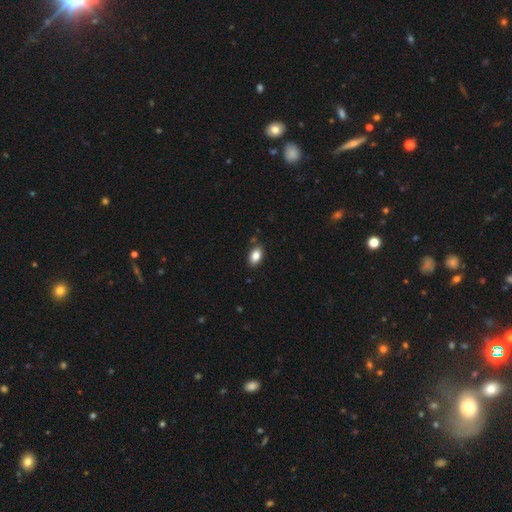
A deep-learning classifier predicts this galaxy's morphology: A smooth galaxy with no disk features (86%) that is in between round and cigar-shaped (90%). Merging: none (85%).